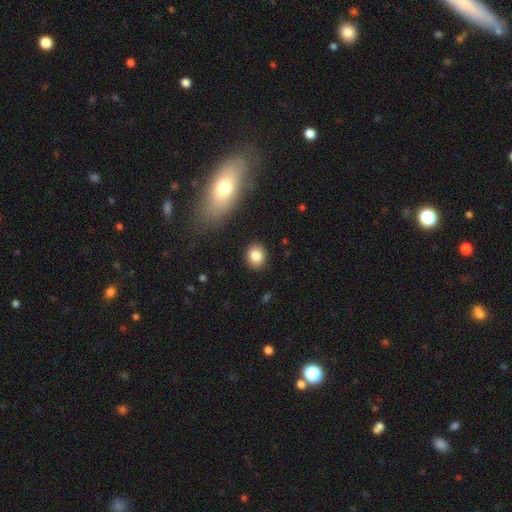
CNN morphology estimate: smooth 84%, star or artifact 9%, featured or disk 7%. Down the decision tree: how rounded — round (58%); merging — none (89%).